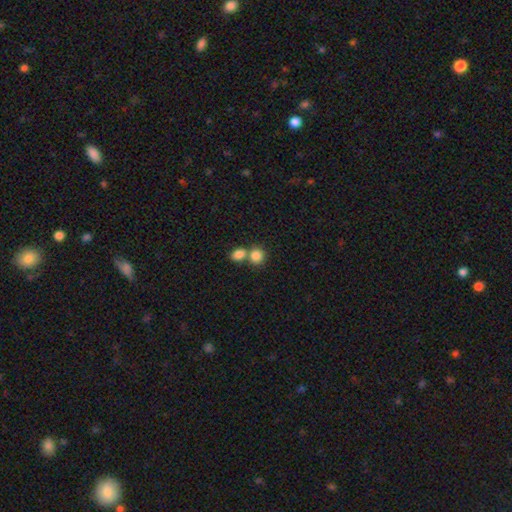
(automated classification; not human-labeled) A smooth galaxy with no disk features (84%) that is round (78%).

Vote fractions:
- Smooth or featured? smooth: 84% / star or artifact: 9% / featured or disk: 7%
- How rounded? round: 78% / in between: 21% / cigar-shaped: 1%
- Merging? merger: 46% / none: 45% / minor disturbance: 7% / major disturbance: 3%